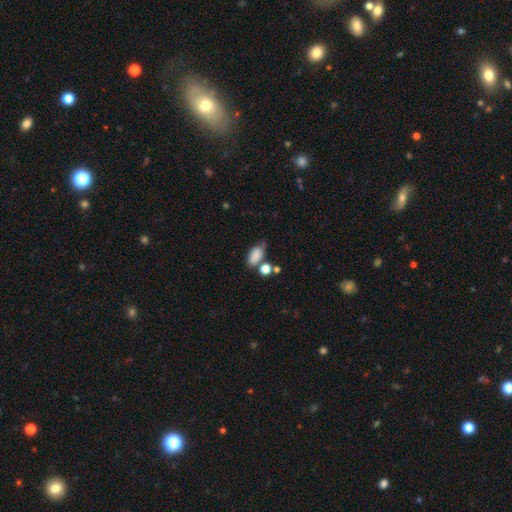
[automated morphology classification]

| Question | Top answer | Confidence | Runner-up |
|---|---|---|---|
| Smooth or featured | smooth | 83% | star or artifact (9%) |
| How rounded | in between | 88% | round (8%) |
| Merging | none | 52% | minor disturbance (23%) |